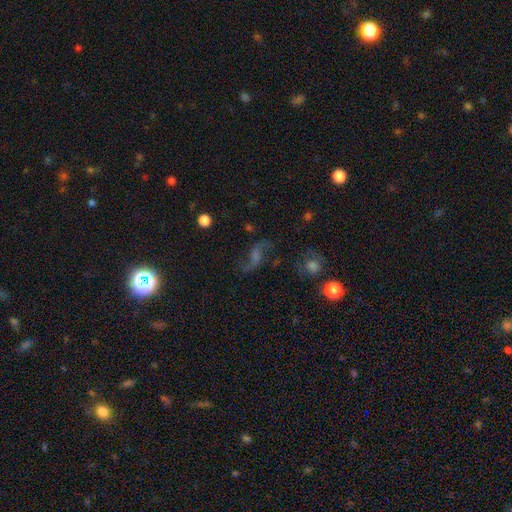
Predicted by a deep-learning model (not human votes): This appears to be a featured or disk galaxy (70%) with no bar (43%), 2 (92%) loose (81%) spiral arms (94%) and a small central bulge (32%). Merging: none (73%).